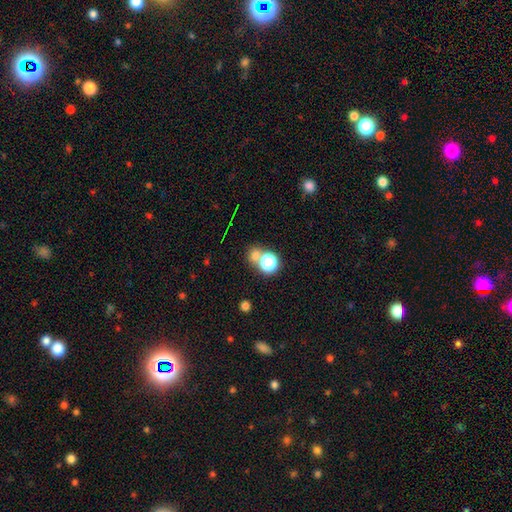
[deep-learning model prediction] Smooth or featured?
  - smooth: 68% *
  - star or artifact: 24%
  - featured or disk: 8%
How rounded?
  - round: 78% *
  - in between: 21%
  - cigar-shaped: 1%
Merging?
  - none: 53% *
  - merger: 36%
  - minor disturbance: 7%
  - major disturbance: 4%